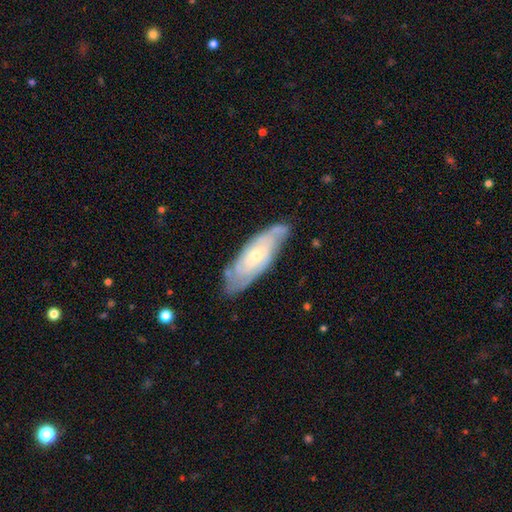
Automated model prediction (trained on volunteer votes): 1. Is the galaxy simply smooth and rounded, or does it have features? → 77% featured or disk, 18% smooth, 5% star or artifact.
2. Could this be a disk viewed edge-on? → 86% no, 14% yes.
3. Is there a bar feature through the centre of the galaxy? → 67% no, 27% weak, 6% strong.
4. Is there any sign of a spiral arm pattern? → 91% yes, 9% no.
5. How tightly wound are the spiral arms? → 65% tight, 28% medium, 7% loose.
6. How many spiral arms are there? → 44% can't tell, 30% 2, 13% 3, 7% 4, 3% 1, 3% more than 4.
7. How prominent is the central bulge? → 64% small, 32% moderate, 2% none, 2% large, 1% dominant.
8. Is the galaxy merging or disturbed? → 73% none, 20% minor disturbance, 5% major disturbance, 2% merger.